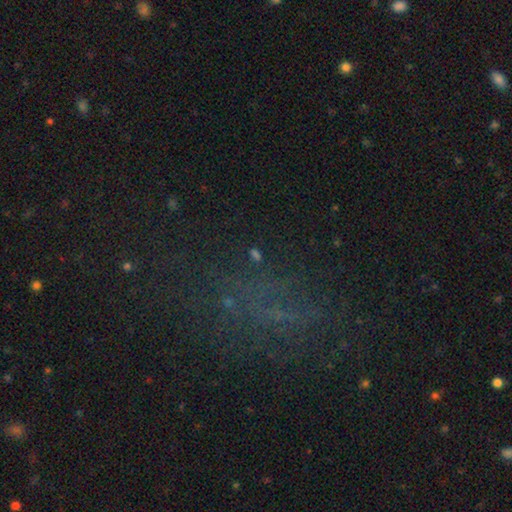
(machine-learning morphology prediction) Smooth or featured: star or artifact — 62% (smooth — 24%)